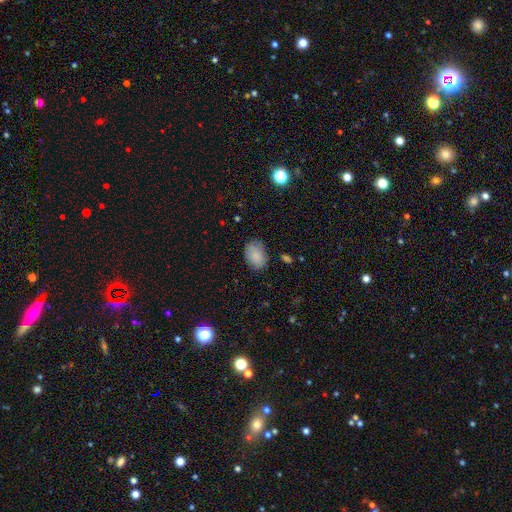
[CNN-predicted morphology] The model was most divided on "how rounded": in between: 81%, round: 18%, cigar-shaped: 1%. More confident: smooth or featured — smooth (84%); merging — none (80%).